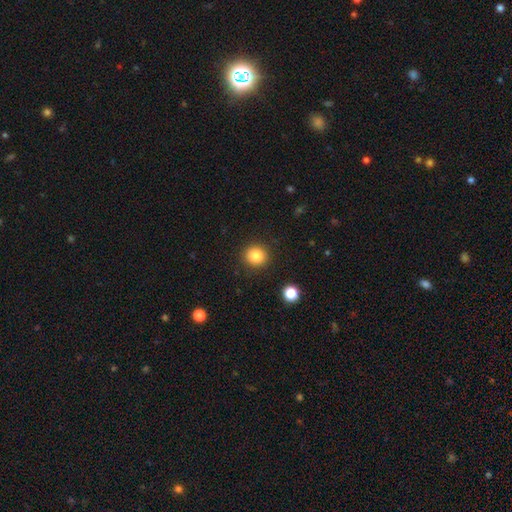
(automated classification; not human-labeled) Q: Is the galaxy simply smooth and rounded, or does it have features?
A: smooth — 84%.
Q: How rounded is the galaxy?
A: round — 89%.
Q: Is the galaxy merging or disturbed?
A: none — 90%.